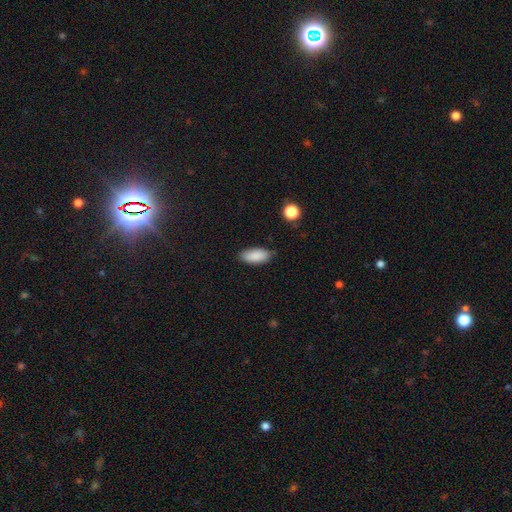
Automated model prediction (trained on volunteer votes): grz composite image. It shows a smooth galaxy with no disk features (89%) that is in between round and cigar-shaped (88%). Merging: none (81%).